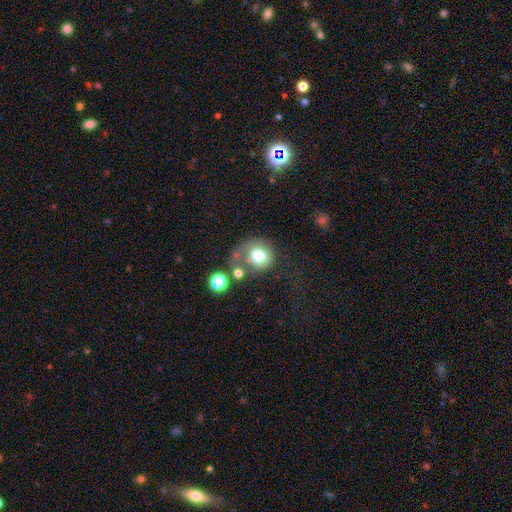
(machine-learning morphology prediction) This appears to be a smooth galaxy with no disk features (70%) that is round (82%). Merging: none (37%).